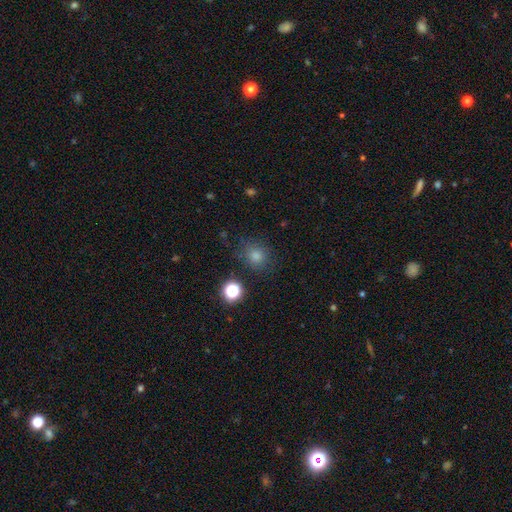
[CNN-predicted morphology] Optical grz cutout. It shows a smooth galaxy with no disk features (71%) that is round (83%). Merging: none (81%).